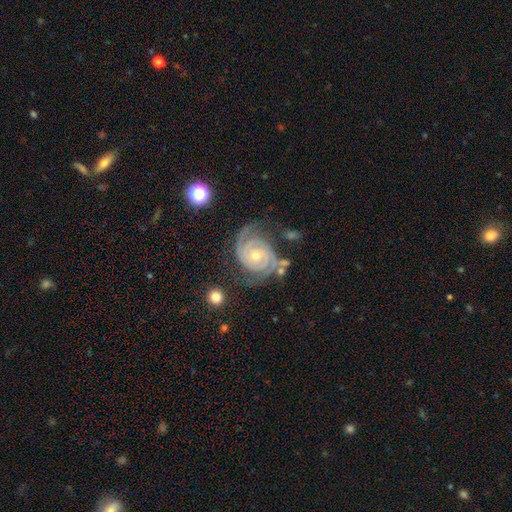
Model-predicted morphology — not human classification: A featured or disk galaxy (91%) with no bar (71%), 2 (67%) tight (73%) spiral arms (98%) and a small central bulge (58%). Merging: none (70%).